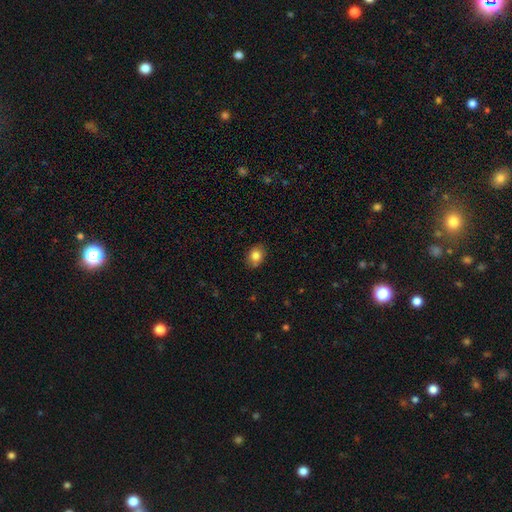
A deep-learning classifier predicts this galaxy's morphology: The model was most divided on "how rounded": in between: 64%, round: 35%, cigar-shaped: 1%. More confident: merging — none (85%); smooth or featured — smooth (84%).